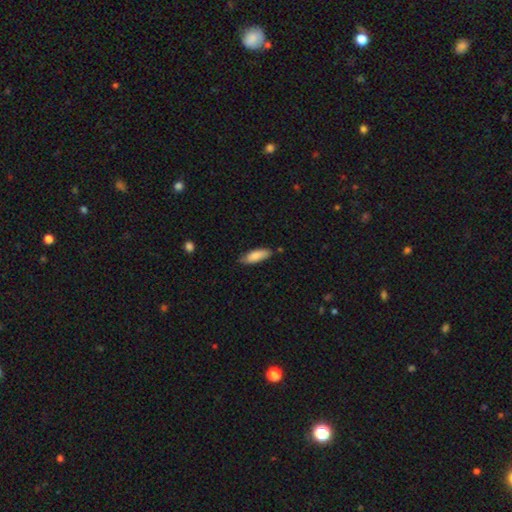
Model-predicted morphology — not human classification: This appears to be a smooth galaxy with no disk features (83%) that is in between round and cigar-shaped (64%). Merging: none (75%).